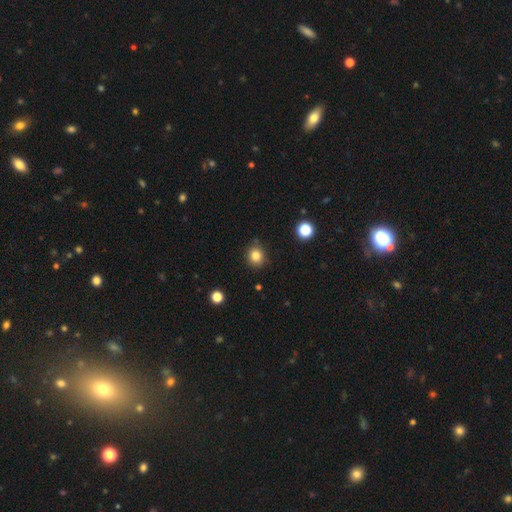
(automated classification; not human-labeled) Morphology: type=smooth (83%); roundness=round (80%); merging=none (85%).